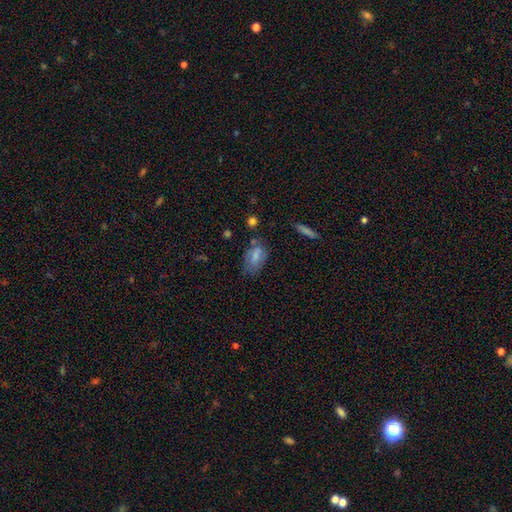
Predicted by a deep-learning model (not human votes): This is likely a smooth galaxy (70%). How rounded: clearly in between (87%). Merging: possibly none (50%).